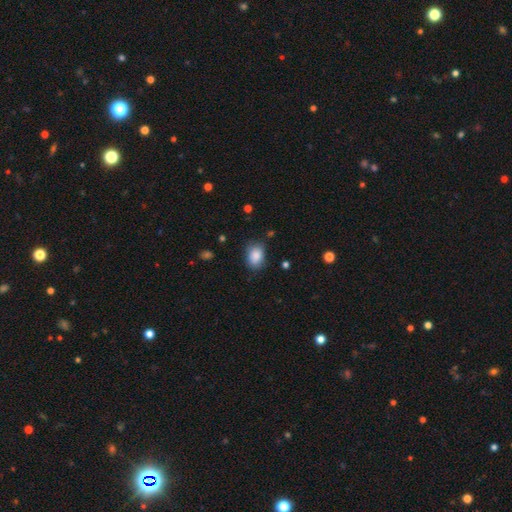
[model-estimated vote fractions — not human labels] Smooth or featured? Predicted: smooth (p=0.87). How rounded? Predicted: in between (p=0.75). Merging? Predicted: none (p=0.75).